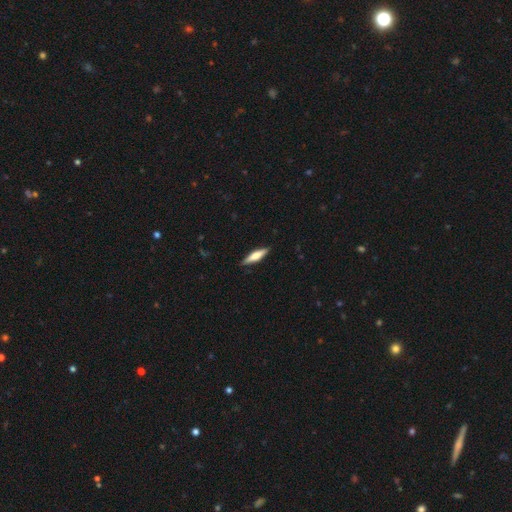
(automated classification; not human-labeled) Smooth or featured: smooth — 54% (featured or disk — 40%)
How rounded: cigar-shaped — 72% (in between — 26%)
Merging: none — 89% (minor disturbance — 8%)